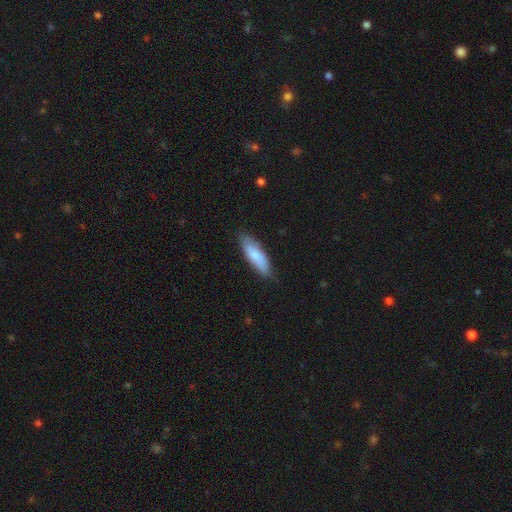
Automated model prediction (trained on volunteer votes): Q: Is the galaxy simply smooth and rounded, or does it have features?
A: smooth — 81%.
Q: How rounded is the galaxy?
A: cigar-shaped — 50%.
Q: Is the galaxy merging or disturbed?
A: none — 82%.